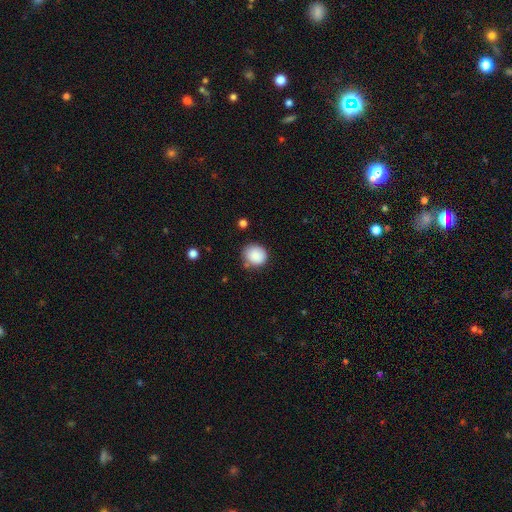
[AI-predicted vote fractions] A smooth galaxy with no disk features (87%) that is round (80%).

Vote fractions:
- Smooth or featured? smooth: 87% / star or artifact: 8% / featured or disk: 4%
- How rounded? round: 80% / in between: 20% / cigar-shaped: 1%
- Merging? none: 76% / minor disturbance: 16% / merger: 4% / major disturbance: 4%